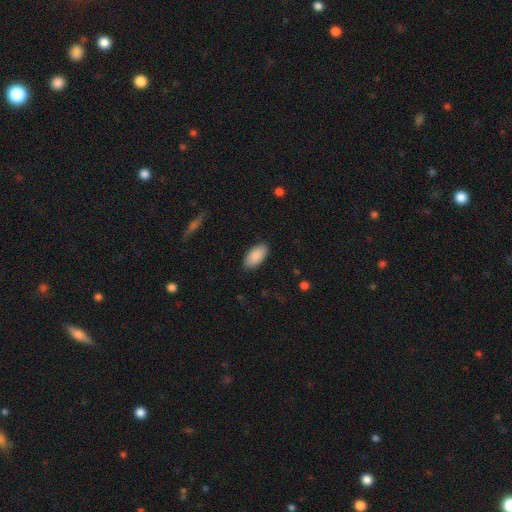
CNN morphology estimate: A smooth galaxy with no disk features (90%) that is in between round and cigar-shaped (95%). Merging: none (88%).